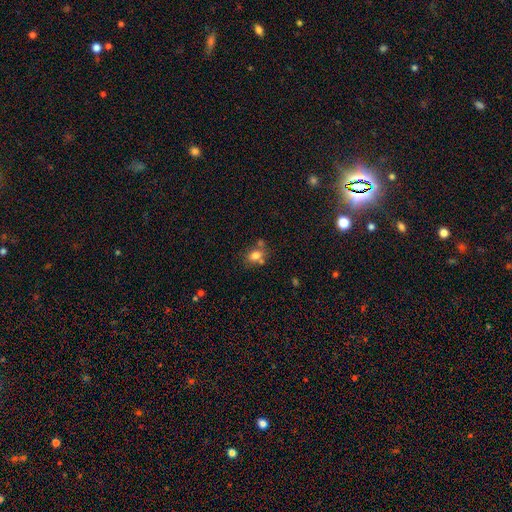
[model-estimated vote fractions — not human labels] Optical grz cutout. It shows a smooth galaxy with no disk features (76%) that is in between round and cigar-shaped (62%). Merging: none (54%).